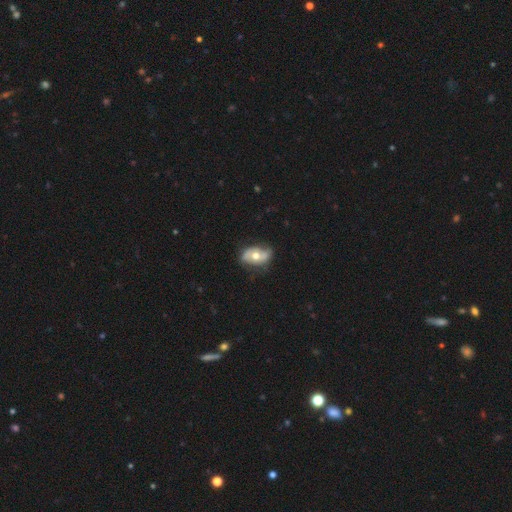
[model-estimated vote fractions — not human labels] Smooth or featured? Predicted: featured or disk (p=0.57). Edge-on disk? Predicted: no (p=0.92). Bar? Predicted: no (p=0.70). Spiral arms? Predicted: yes (p=0.63). Bulge size? Predicted: moderate (p=0.75). Merging? Predicted: none (p=0.69).